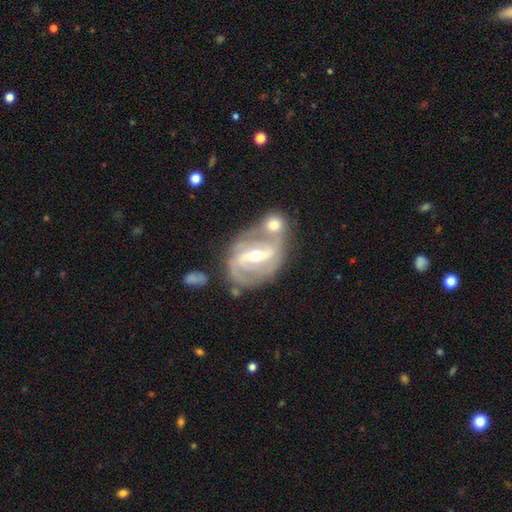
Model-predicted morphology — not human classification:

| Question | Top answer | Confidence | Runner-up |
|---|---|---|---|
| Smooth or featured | featured or disk | 86% | smooth (8%) |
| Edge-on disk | no | 95% | yes (5%) |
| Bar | strong | 66% | weak (26%) |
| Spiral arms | yes | 88% | no (12%) |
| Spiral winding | medium | 42% | tight (38%) |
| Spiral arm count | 2 | 77% | can't tell (12%) |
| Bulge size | moderate | 52% | small (45%) |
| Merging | none | 45% | merger (33%) |